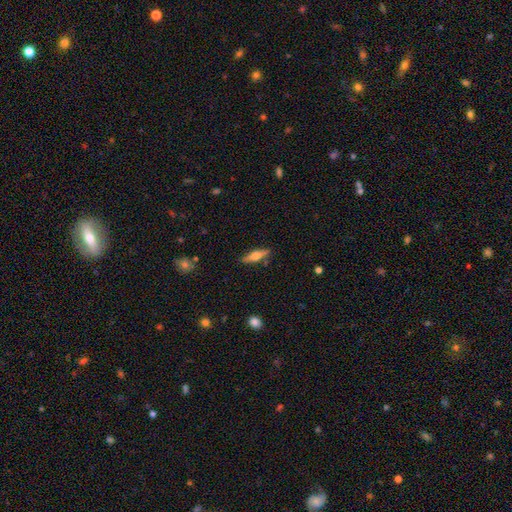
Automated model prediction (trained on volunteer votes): Morphology: type=featured or disk (57%); edge-on=yes (95%); edge-on bulge=rounded (86%); merging=none (84%).